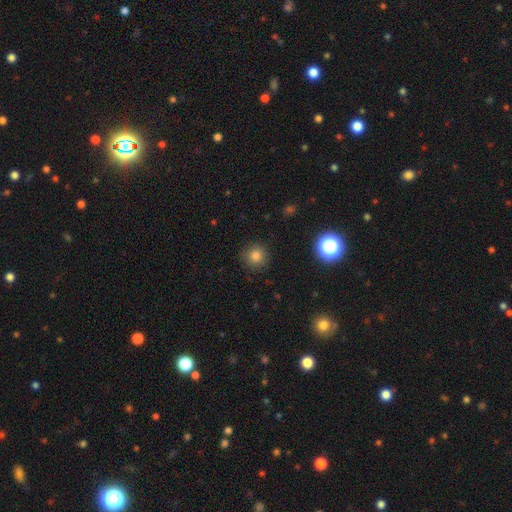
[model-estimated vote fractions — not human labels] Overall: smooth (80%). How rounded: round (93%). Merging: none (89%).